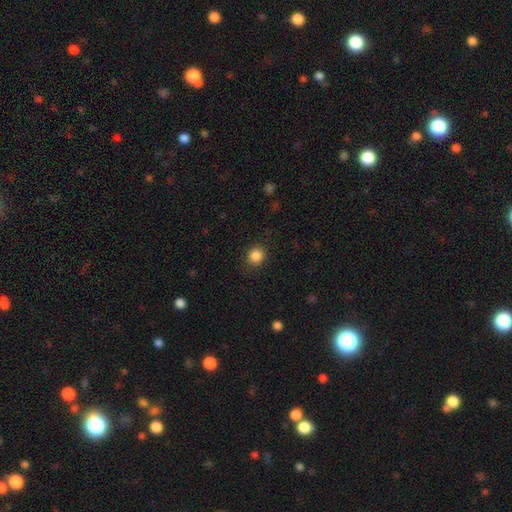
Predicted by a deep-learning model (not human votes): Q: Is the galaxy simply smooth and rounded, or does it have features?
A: smooth — 85%.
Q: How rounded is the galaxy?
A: round — 85%.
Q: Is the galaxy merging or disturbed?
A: none — 88%.